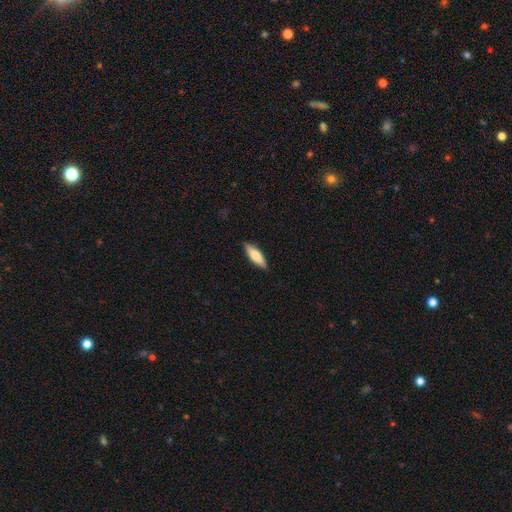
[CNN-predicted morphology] smooth_or_featured: smooth (p=0.71) [alt: featured or disk p=0.23]
how_rounded: cigar-shaped (p=0.58) [alt: in between p=0.40]
merging: none (p=0.88) [alt: minor disturbance p=0.09]